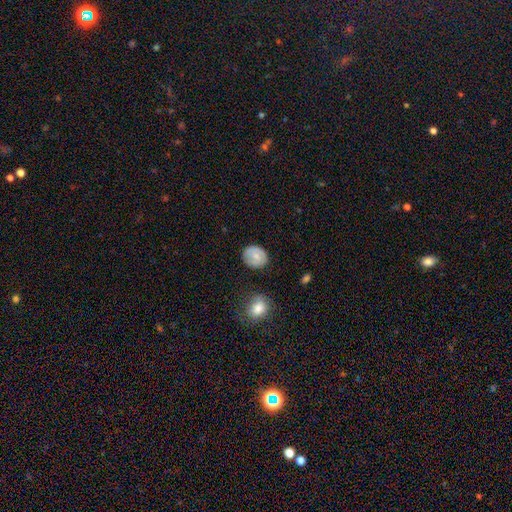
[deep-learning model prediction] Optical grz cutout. It shows a smooth galaxy with no disk features (71%) that is round (67%). Merging: none (79%).